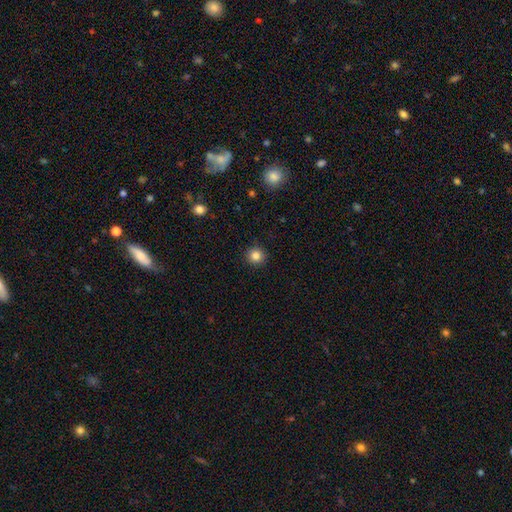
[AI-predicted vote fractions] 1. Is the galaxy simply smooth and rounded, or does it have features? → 83% smooth, 11% star or artifact, 5% featured or disk.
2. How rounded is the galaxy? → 94% round, 5% in between, 1% cigar-shaped.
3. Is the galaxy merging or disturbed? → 92% none, 5% minor disturbance, 2% major disturbance, 1% merger.